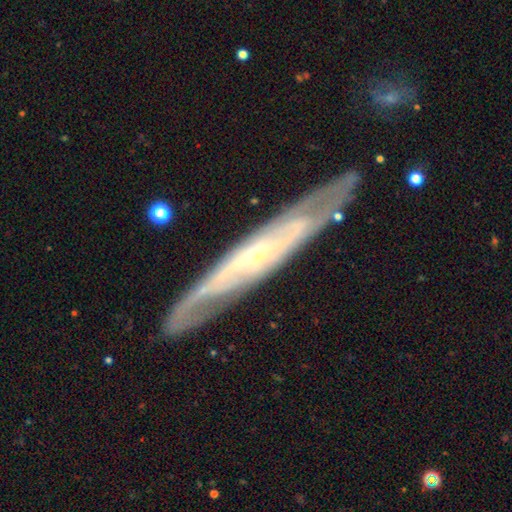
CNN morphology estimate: Q: Smooth or featured?
A: featured or disk (82%); runner-up: smooth (12%)
Q: Edge-on disk?
A: yes (51%); runner-up: no (49%)
Q: Merging?
A: none (82%); runner-up: minor disturbance (13%)